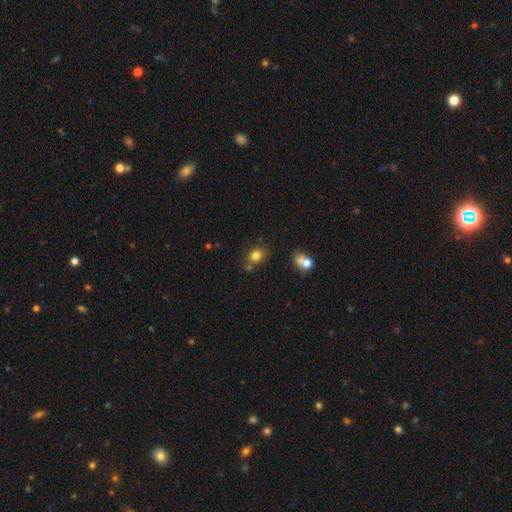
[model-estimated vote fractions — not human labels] smooth_or_featured: smooth (p=0.80) [alt: star or artifact p=0.13]
how_rounded: round (p=0.70) [alt: in between p=0.29]
merging: none (p=0.70) [alt: minor disturbance p=0.13]